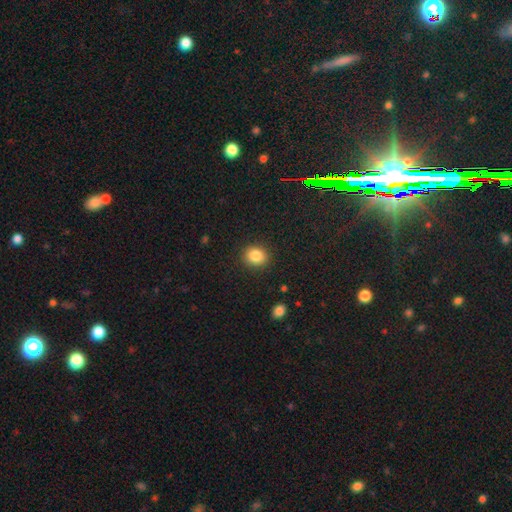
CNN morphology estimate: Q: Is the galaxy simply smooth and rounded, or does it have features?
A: smooth — 85%.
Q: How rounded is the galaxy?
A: round — 71%.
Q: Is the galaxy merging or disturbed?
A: none — 90%.